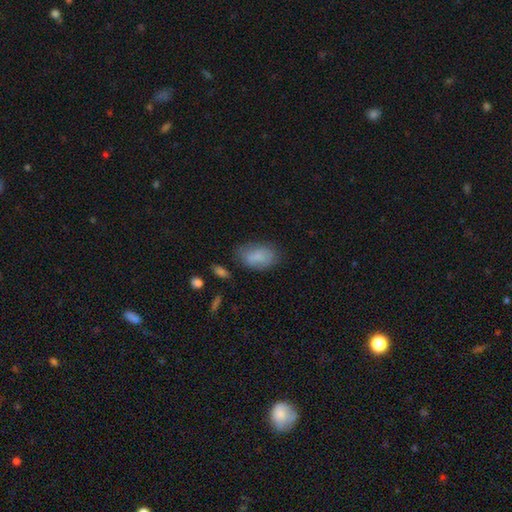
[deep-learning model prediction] smooth 82%, featured or disk 11%, star or artifact 7%. Down the decision tree: how rounded — in between (91%); merging — none (67%).